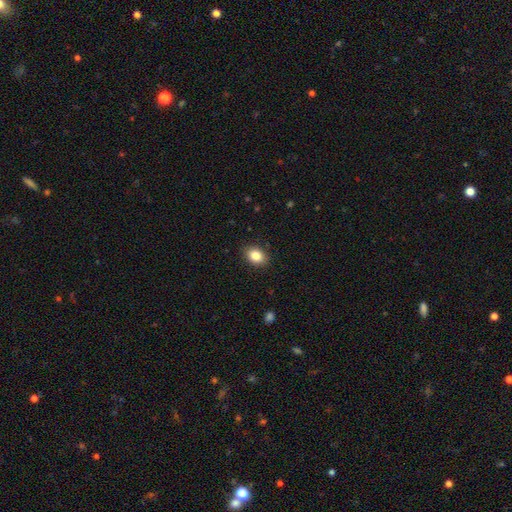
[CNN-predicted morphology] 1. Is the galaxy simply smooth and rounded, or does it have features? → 85% smooth, 9% star or artifact, 6% featured or disk.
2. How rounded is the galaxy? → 71% in between, 28% round, 1% cigar-shaped.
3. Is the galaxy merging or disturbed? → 88% none, 9% minor disturbance, 2% major disturbance, 1% merger.